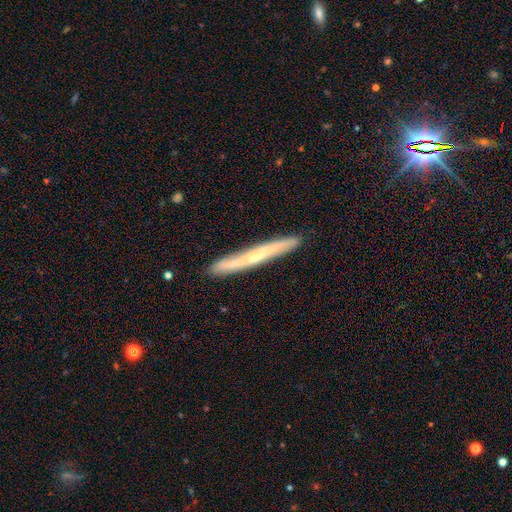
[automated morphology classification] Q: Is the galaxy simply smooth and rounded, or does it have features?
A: featured or disk — 59%.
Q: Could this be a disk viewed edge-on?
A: yes — 89%.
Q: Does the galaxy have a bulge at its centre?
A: none — 51%.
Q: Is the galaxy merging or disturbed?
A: none — 88%.